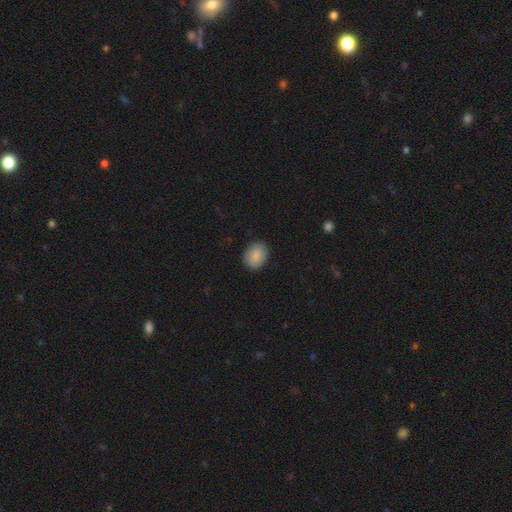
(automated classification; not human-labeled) Smooth or featured?
  - smooth: 86% *
  - featured or disk: 7%
  - star or artifact: 7%
How rounded?
  - in between: 63% *
  - round: 36%
  - cigar-shaped: 1%
Merging?
  - none: 88% *
  - minor disturbance: 9%
  - major disturbance: 2%
  - merger: 1%